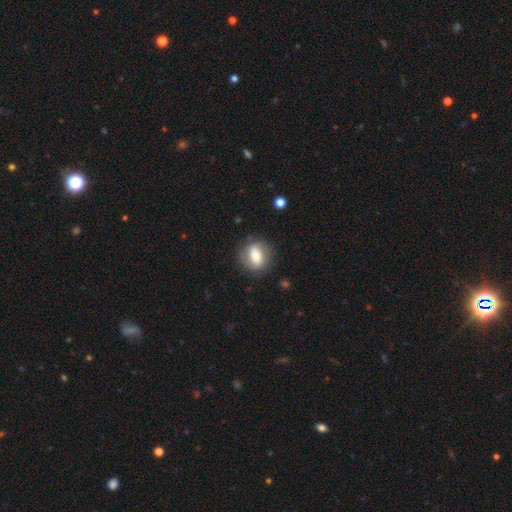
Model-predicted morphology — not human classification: A smooth galaxy with no disk features (65%) that is in between round and cigar-shaped (52%).

Vote fractions:
- Smooth or featured? smooth: 65% / featured or disk: 27% / star or artifact: 8%
- How rounded? in between: 52% / round: 46% / cigar-shaped: 2%
- Merging? none: 78% / minor disturbance: 15% / major disturbance: 5% / merger: 2%